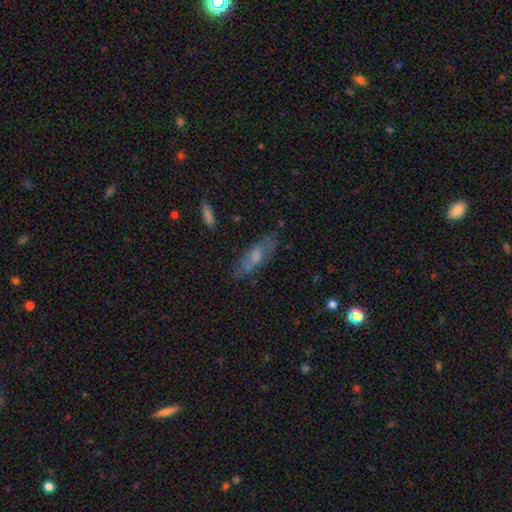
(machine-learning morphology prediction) Overall: featured or disk (47%; smooth 42%). Merging: none (71%).